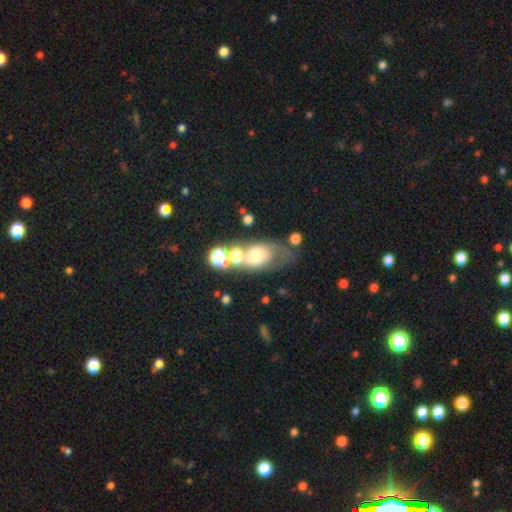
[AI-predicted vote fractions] Smooth or featured: smooth — 48% (featured or disk — 34%)
Merging: none — 36% (merger — 25%)